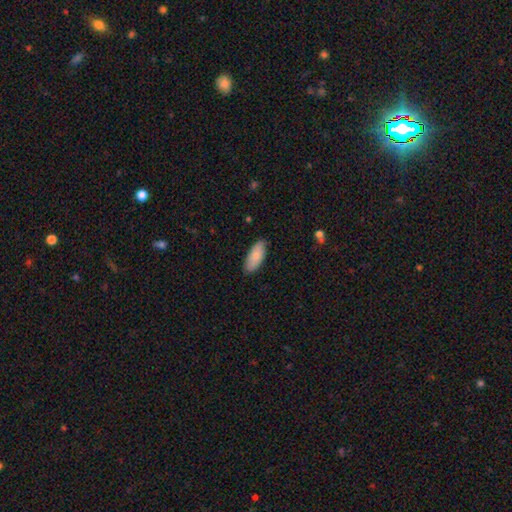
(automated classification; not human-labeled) Smooth or featured: smooth — 85% (featured or disk — 9%)
How rounded: in between — 84% (cigar-shaped — 14%)
Merging: none — 85% (minor disturbance — 12%)